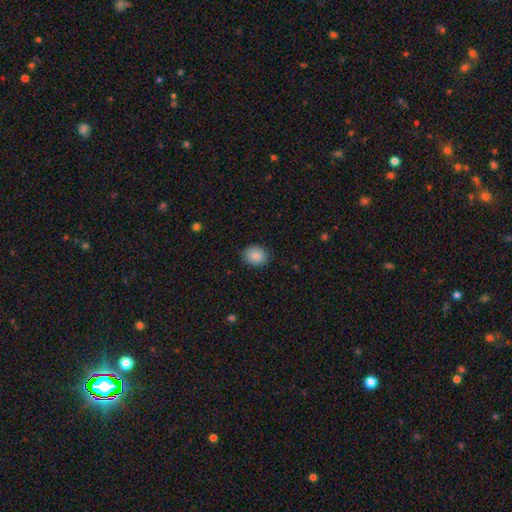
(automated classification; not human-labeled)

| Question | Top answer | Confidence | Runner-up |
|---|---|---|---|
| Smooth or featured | smooth | 88% | star or artifact (8%) |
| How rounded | round | 54% | in between (45%) |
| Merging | none | 86% | minor disturbance (10%) |